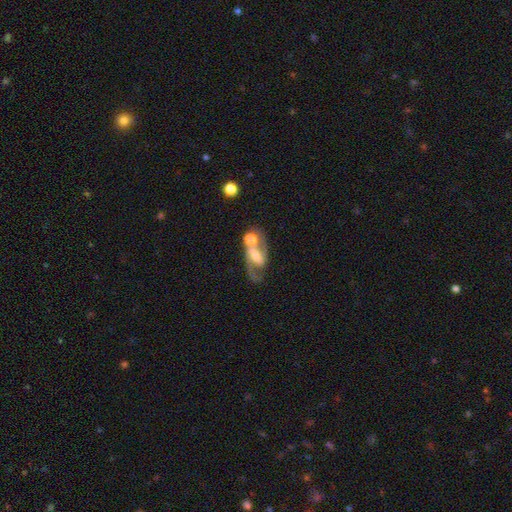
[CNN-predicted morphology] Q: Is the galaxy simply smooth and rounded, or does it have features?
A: featured or disk — 77%.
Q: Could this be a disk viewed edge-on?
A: no — 95%.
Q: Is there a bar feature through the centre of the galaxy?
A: weak — 41%.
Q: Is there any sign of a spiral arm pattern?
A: yes — 90%.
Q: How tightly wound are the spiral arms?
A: medium — 51%.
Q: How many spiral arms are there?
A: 2 — 87%.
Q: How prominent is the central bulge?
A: moderate — 47%.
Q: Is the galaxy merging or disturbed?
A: none — 47%.